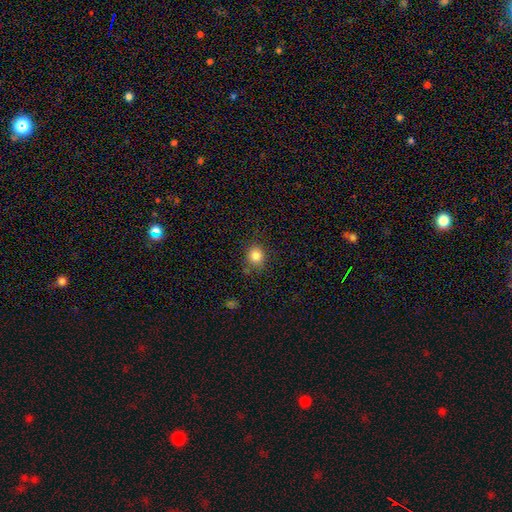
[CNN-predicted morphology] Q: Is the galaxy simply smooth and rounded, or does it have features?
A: smooth — 84%.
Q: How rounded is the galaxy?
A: round — 75%.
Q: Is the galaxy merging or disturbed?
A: none — 75%.